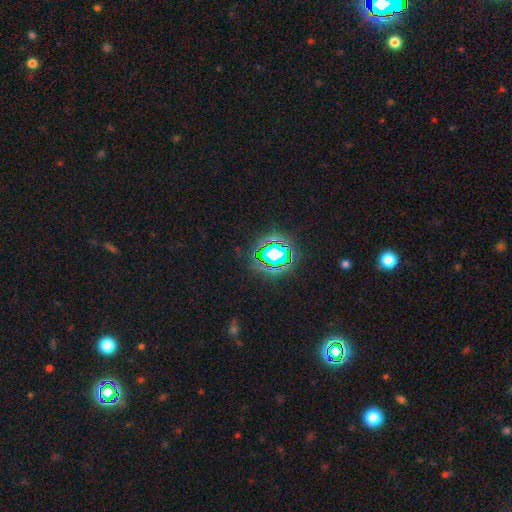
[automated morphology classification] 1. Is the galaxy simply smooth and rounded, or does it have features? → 77% star or artifact, 14% smooth, 9% featured or disk.